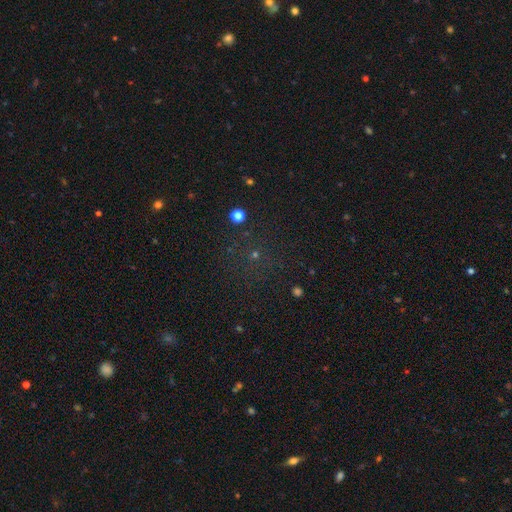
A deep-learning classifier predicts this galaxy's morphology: smooth-or-featured: star or artifact: 56% | smooth: 34% | featured or disk: 10%